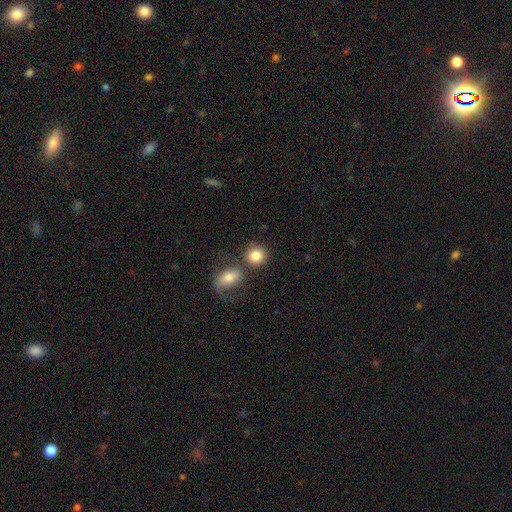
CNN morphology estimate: This appears to be a smooth galaxy with no disk features (84%) that is round (77%). Merging: none (60%).